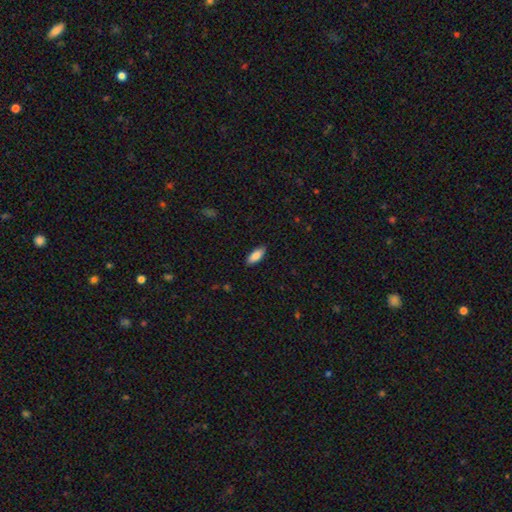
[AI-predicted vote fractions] Smooth or featured? smooth (85%)
How rounded? in between (80%)
Merging? none (88%)